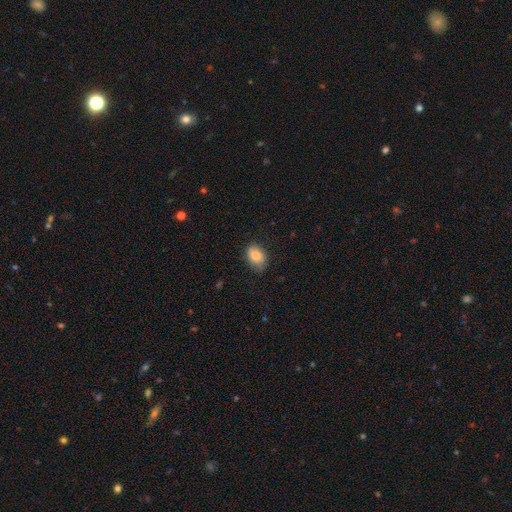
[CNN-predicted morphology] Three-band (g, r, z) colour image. It shows a smooth galaxy with no disk features (86%) that is in between round and cigar-shaped (82%). Merging: none (72%).